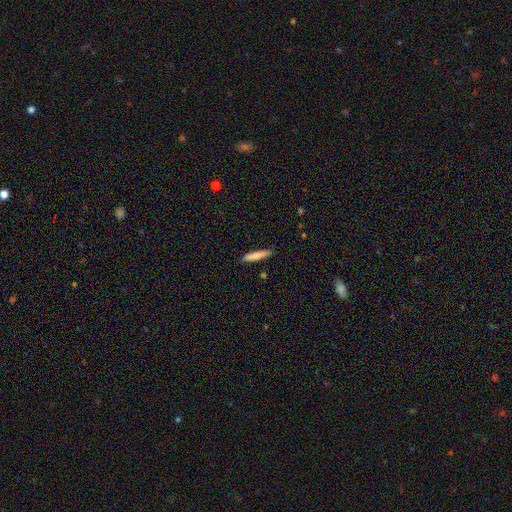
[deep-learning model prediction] smooth_or_featured: smooth (p=0.75) [alt: featured or disk p=0.19]
how_rounded: cigar-shaped (p=0.90) [alt: in between p=0.08]
merging: none (p=0.87) [alt: minor disturbance p=0.10]